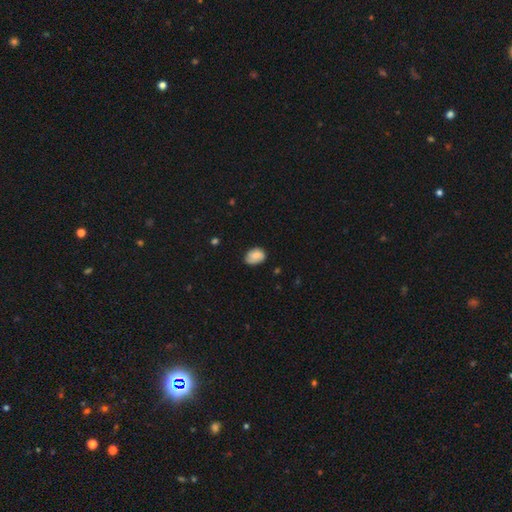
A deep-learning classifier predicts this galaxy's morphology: Smooth or featured? smooth (77%)
How rounded? in between (75%)
Merging? none (63%)